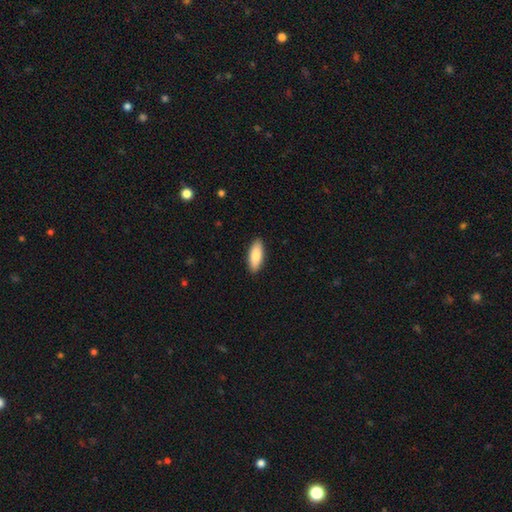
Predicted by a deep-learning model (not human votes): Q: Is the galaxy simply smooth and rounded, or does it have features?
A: smooth — 84%.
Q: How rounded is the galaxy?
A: in between — 75%.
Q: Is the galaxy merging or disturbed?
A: none — 90%.